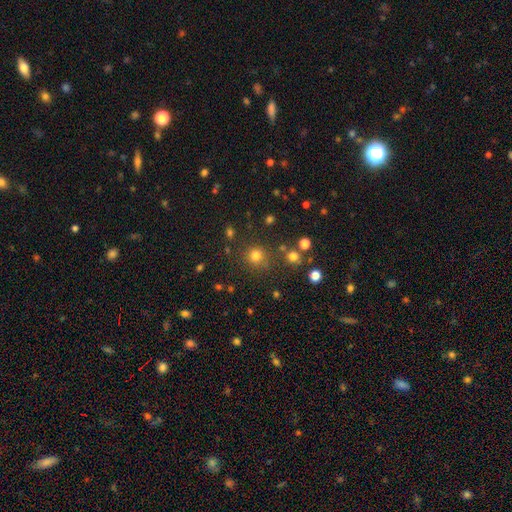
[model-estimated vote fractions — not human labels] smooth-or-featured: smooth: 77% | star or artifact: 17% | featured or disk: 6%
  how-rounded: round: 91% | in between: 8% | cigar-shaped: 1%
  merging: none: 80% | minor disturbance: 10% | merger: 6% | major disturbance: 4%